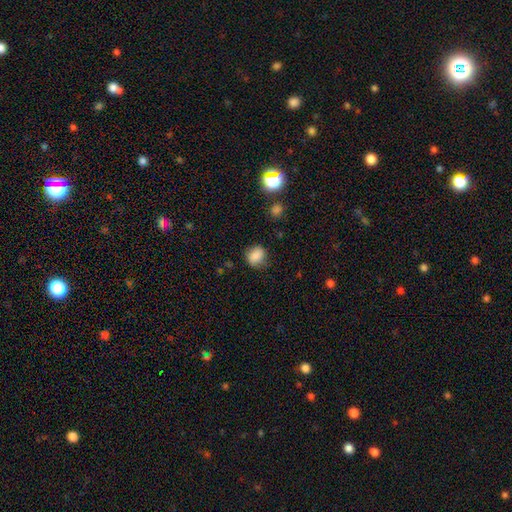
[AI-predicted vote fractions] smooth 84%, star or artifact 10%, featured or disk 6%. Down the decision tree: how rounded — round (65%); merging — none (76%).